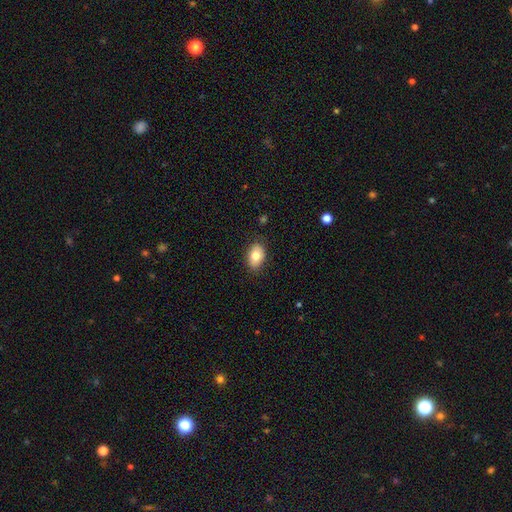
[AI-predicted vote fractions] Smooth or featured? Predicted: smooth (p=0.78). How rounded? Predicted: in between (p=0.85). Merging? Predicted: none (p=0.84).